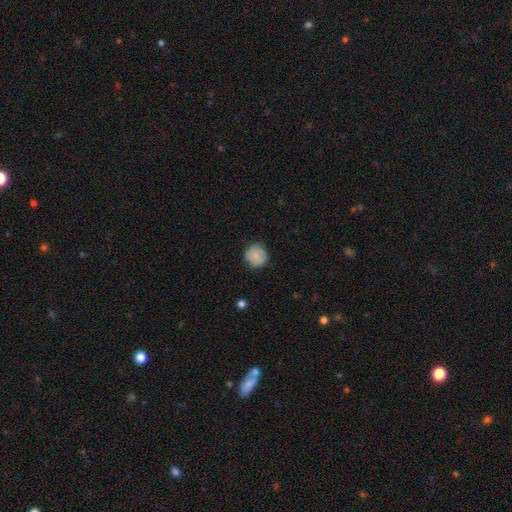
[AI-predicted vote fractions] A smooth galaxy with no disk features (78%) that is round (91%). Merging: none (78%).